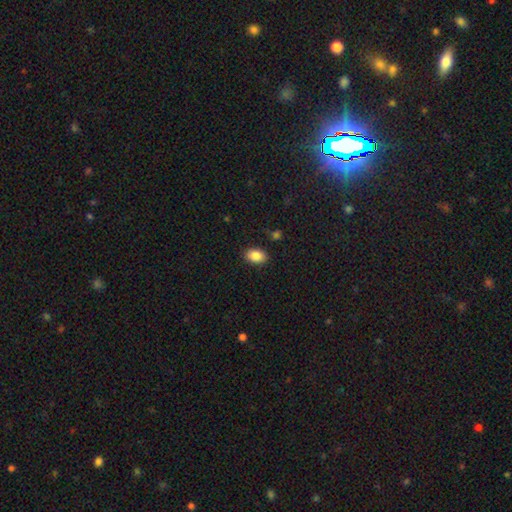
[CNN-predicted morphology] type=smooth (87%); roundness=in between (85%); merging=none (87%).